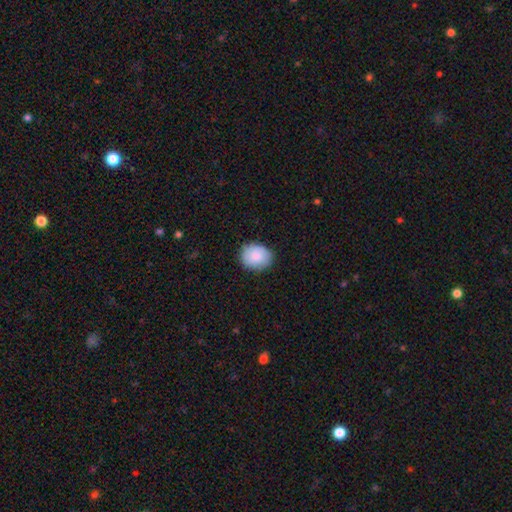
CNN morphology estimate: Smooth or featured? smooth (81%)
How rounded? round (67%)
Merging? none (81%)